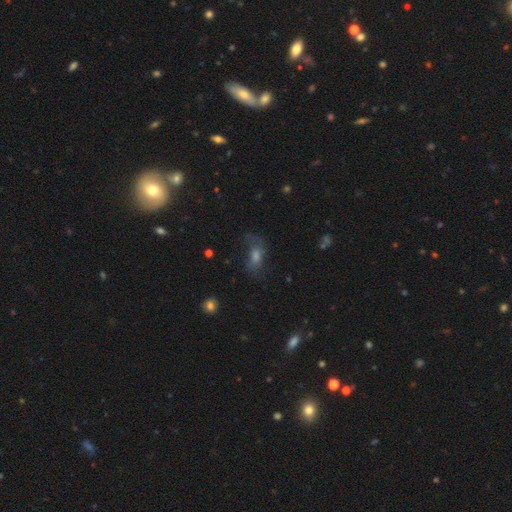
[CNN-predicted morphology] smooth 47%, featured or disk 31%, star or artifact 22%. Down the decision tree: merging — none (49%).